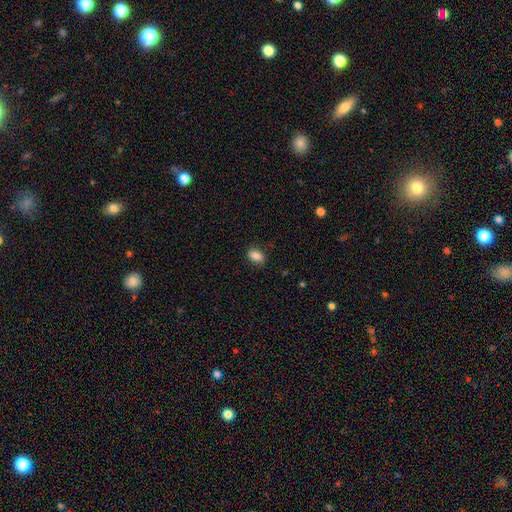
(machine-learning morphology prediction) A smooth galaxy with no disk features (86%) that is in between round and cigar-shaped (86%).

Vote fractions:
- Smooth or featured? smooth: 86% / star or artifact: 8% / featured or disk: 5%
- How rounded? in between: 86% / round: 12% / cigar-shaped: 2%
- Merging? none: 86% / minor disturbance: 11% / major disturbance: 2% / merger: 1%